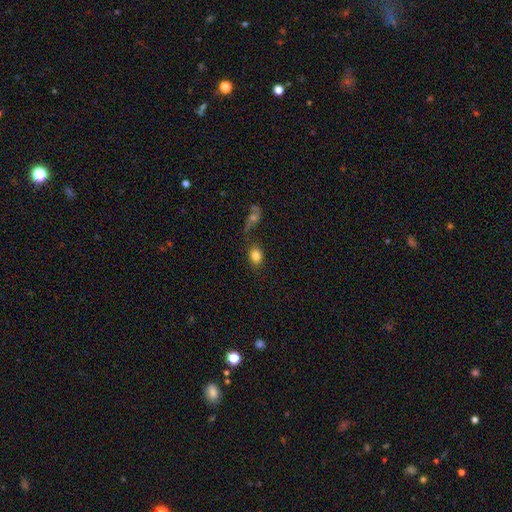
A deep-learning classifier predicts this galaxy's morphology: The model was most divided on "how rounded": in between: 57%, round: 41%, cigar-shaped: 1%. More confident: smooth or featured — smooth (82%); merging — none (72%).